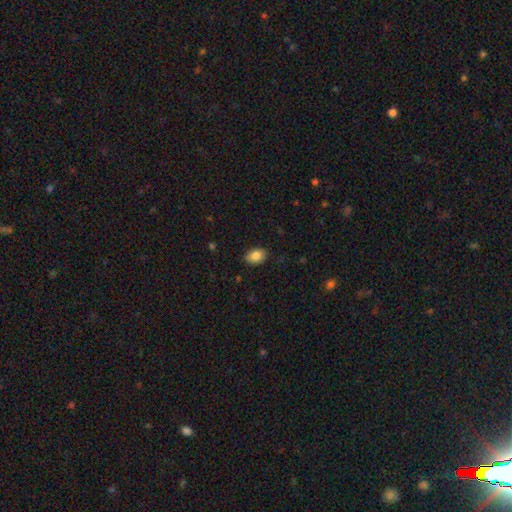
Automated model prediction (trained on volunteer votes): A smooth galaxy with no disk features (87%) that is in between round and cigar-shaped (78%). Merging: none (85%).